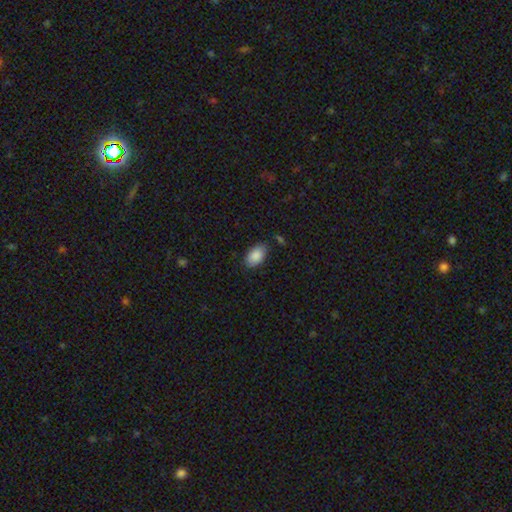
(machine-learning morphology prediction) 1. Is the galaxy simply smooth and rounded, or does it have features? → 88% smooth, 7% star or artifact, 5% featured or disk.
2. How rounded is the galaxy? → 93% in between, 5% round, 2% cigar-shaped.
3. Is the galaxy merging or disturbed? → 78% none, 16% minor disturbance, 3% major disturbance, 3% merger.